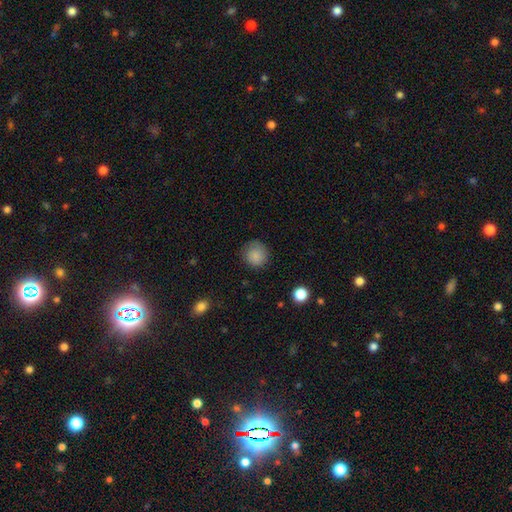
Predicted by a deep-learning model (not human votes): Morphology: type=smooth (86%); roundness=round (91%); merging=none (82%).